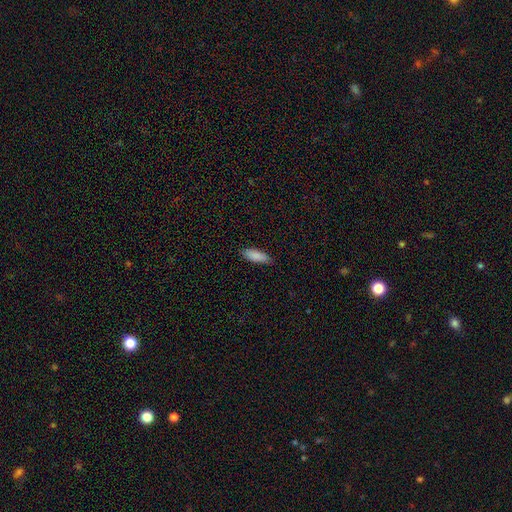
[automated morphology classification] A smooth galaxy with no disk features (87%) that is in between round and cigar-shaped (62%).

Vote fractions:
- Smooth or featured? smooth: 87% / featured or disk: 6% / star or artifact: 6%
- How rounded? in between: 62% / cigar-shaped: 37% / round: 2%
- Merging? none: 84% / minor disturbance: 13% / major disturbance: 2% / merger: 1%